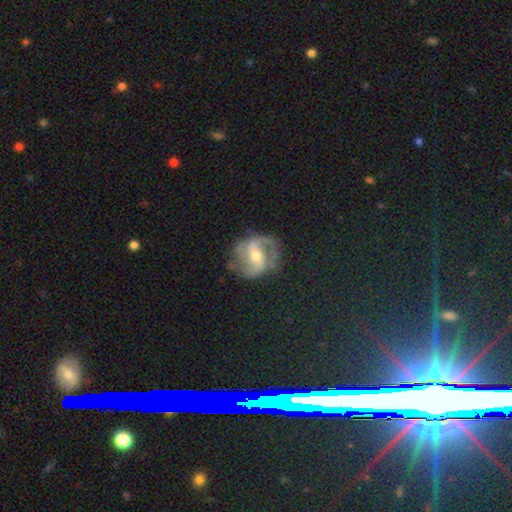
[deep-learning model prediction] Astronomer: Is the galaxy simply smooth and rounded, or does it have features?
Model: featured or disk — 83%.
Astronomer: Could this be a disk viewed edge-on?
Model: no — 97%.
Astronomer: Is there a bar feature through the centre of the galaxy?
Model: weak — 44% (runner-up: no, 30%).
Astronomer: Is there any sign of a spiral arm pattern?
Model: yes — 95%.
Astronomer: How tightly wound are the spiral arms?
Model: medium — 50%.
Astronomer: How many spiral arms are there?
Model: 2 — 74%.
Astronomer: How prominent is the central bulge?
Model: moderate — 63%.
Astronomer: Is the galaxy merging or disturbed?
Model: none — 65%.